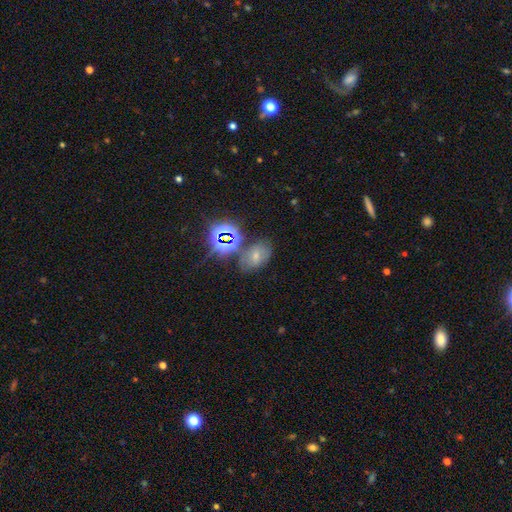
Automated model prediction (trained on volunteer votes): smooth 47%, star or artifact 32%, featured or disk 21%. Down the decision tree: merging — none (63%).